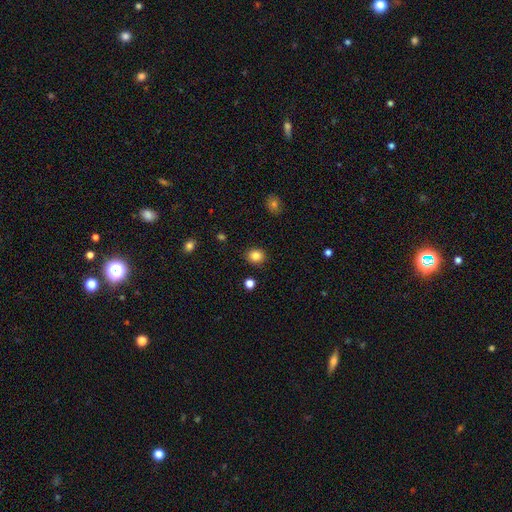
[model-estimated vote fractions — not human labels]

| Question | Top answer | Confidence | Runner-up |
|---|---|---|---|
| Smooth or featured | smooth | 84% | star or artifact (10%) |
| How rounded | round | 72% | in between (27%) |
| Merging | none | 89% | minor disturbance (7%) |